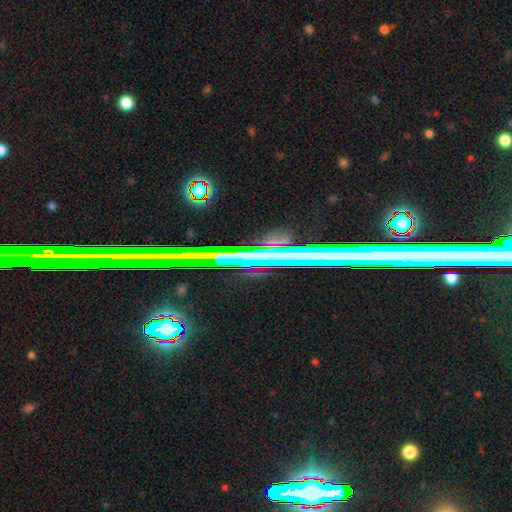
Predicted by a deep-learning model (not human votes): The model was most divided on "smooth or featured": star or artifact: 53%, featured or disk: 34%, smooth: 13%.